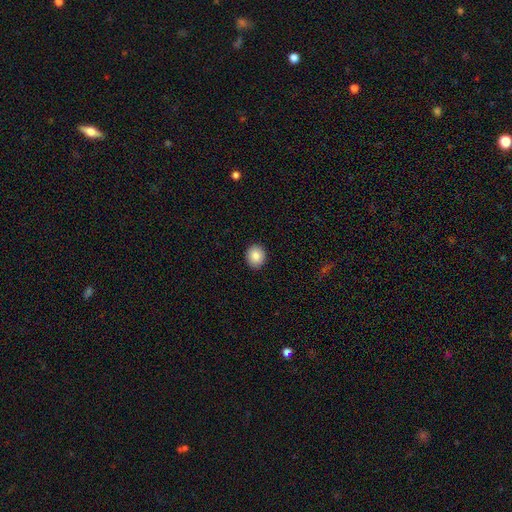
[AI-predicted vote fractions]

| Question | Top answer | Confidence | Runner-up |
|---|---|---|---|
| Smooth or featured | smooth | 87% | star or artifact (8%) |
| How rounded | round | 74% | in between (25%) |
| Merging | none | 91% | minor disturbance (6%) |